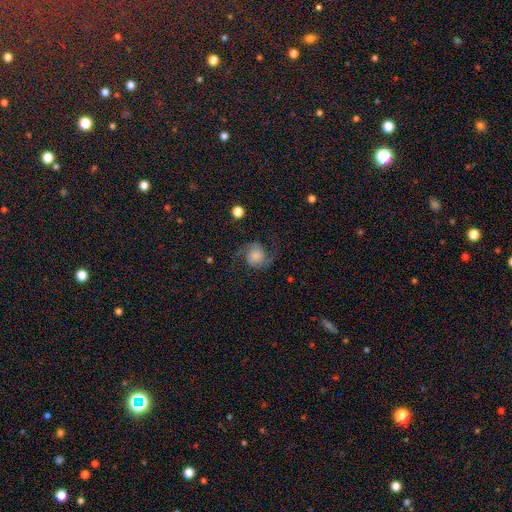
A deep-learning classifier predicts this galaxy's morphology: smooth-or-featured: featured or disk: 72% | smooth: 19% | star or artifact: 9%
  disk-edge-on: no: 98% | yes: 2%
    bar: no: 72% | weak: 23% | strong: 5%
    has-spiral-arms: yes: 96% | no: 4%
      spiral-winding: loose: 50% | medium: 41% | tight: 10%
      spiral-arm-count: 2: 94% | can't tell: 2% | 1: 2% | 3: 1% | 4: 1% | more than 4: 1%
    bulge-size: small: 25% | moderate: 23% | large: 22% | none: 20% | dominant: 10%
  merging: none: 76% | minor disturbance: 13% | major disturbance: 9% | merger: 2%